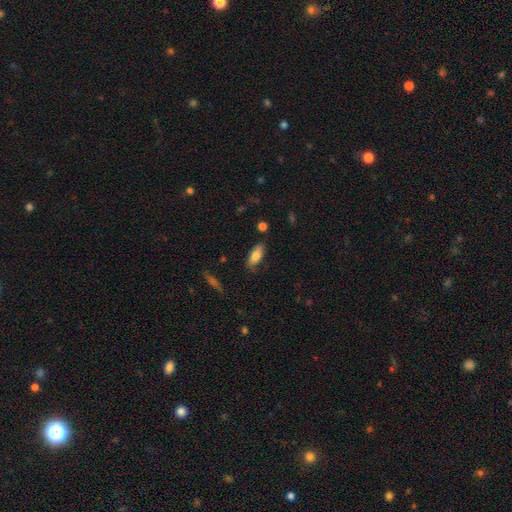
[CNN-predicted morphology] A smooth galaxy with no disk features (76%) that is in between round and cigar-shaped (79%). Merging: none (75%).